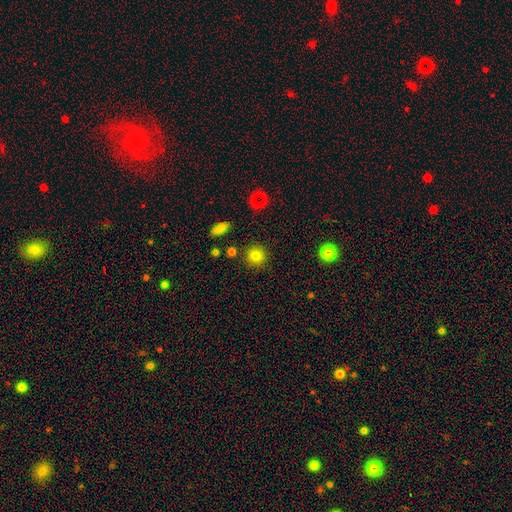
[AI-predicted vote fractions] smooth-or-featured: smooth: 79% | star or artifact: 14% | featured or disk: 7%
  how-rounded: round: 92% | in between: 7% | cigar-shaped: 1%
  merging: none: 88% | minor disturbance: 7% | merger: 3% | major disturbance: 2%